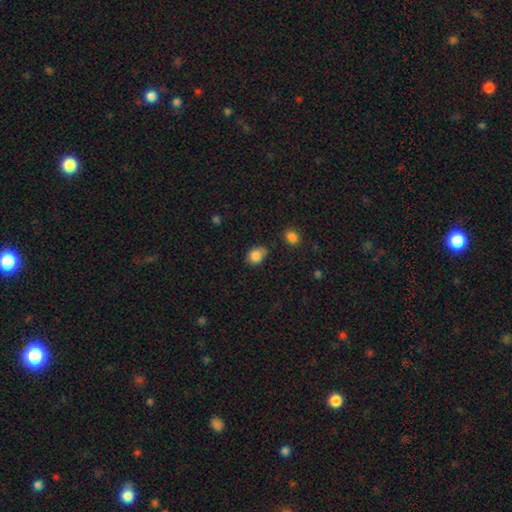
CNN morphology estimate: This is clearly a smooth galaxy (85%). How rounded: possibly round (57%). Merging: possibly none (59%).